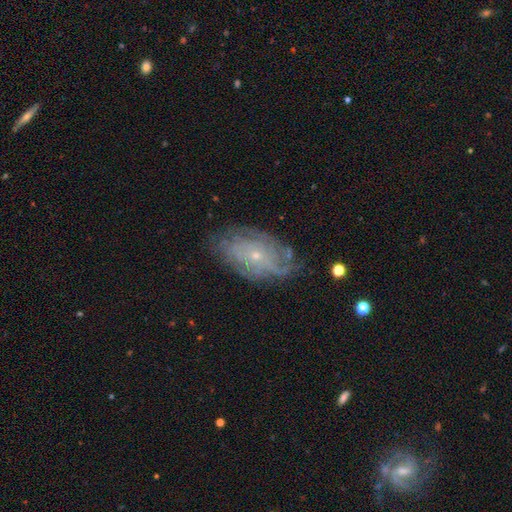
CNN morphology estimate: A featured or disk galaxy (73%) with no bar (83%), tight (63%) spiral arms (81%) and a small central bulge (81%). Merging: none (68%).